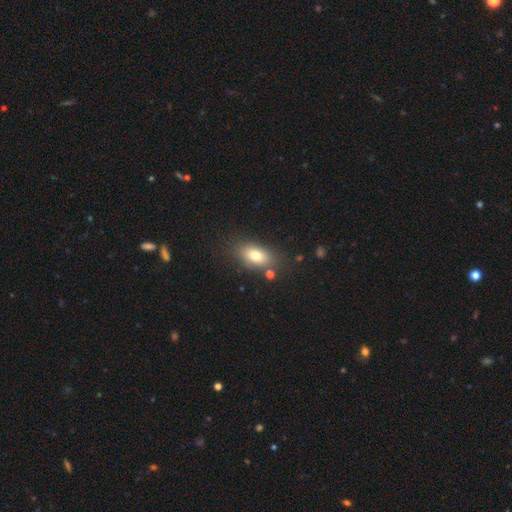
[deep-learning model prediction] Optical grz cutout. It shows a smooth galaxy with no disk features (76%) that is in between round and cigar-shaped (86%). Merging: none (76%).